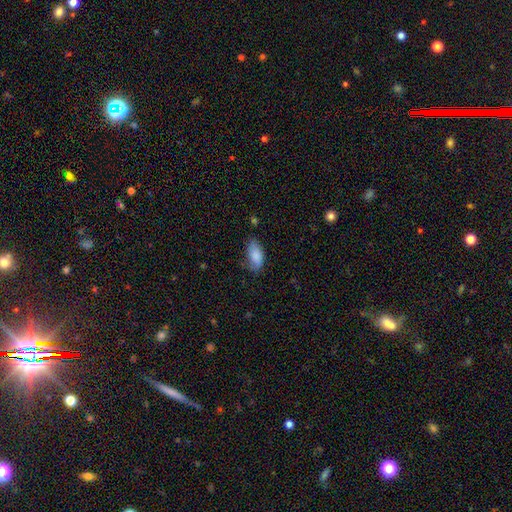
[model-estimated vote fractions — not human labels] The model was most divided on "merging": none: 56%, minor disturbance: 32%, major disturbance: 9%, merger: 2%. More confident: how rounded — in between (92%); smooth or featured — smooth (81%).